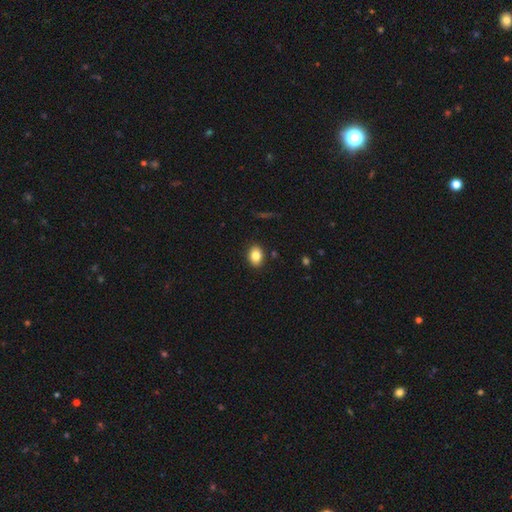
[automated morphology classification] The model was most divided on "how rounded": in between: 70%, round: 29%, cigar-shaped: 1%. More confident: merging — none (89%); smooth or featured — smooth (83%).